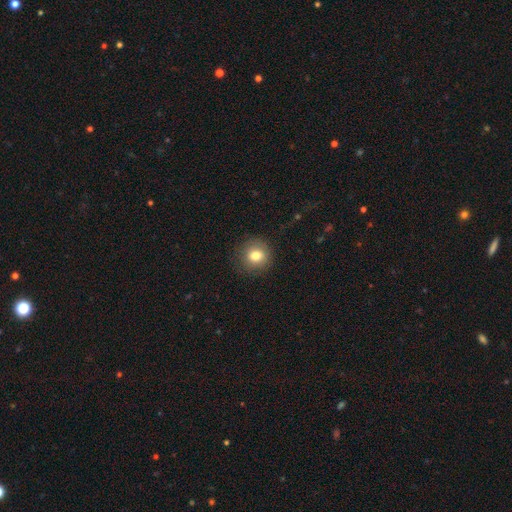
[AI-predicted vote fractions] Q: Smooth or featured?
A: smooth (79%); runner-up: star or artifact (11%)
Q: How rounded?
A: round (90%); runner-up: in between (9%)
Q: Merging?
A: none (88%); runner-up: minor disturbance (8%)